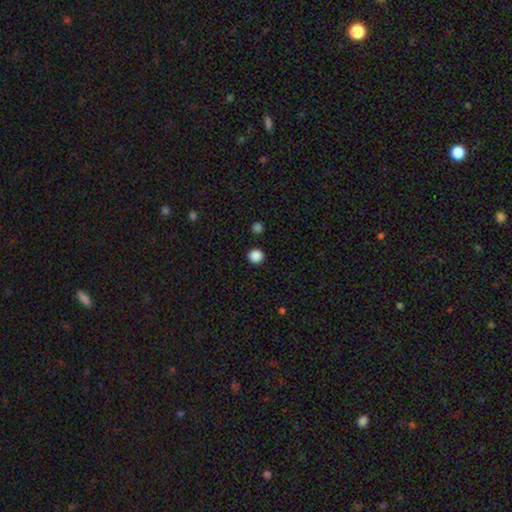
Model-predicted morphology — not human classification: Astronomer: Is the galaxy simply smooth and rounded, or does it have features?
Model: smooth — 87%.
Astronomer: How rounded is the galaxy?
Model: round — 93%.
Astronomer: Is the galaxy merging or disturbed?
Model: none — 91%.